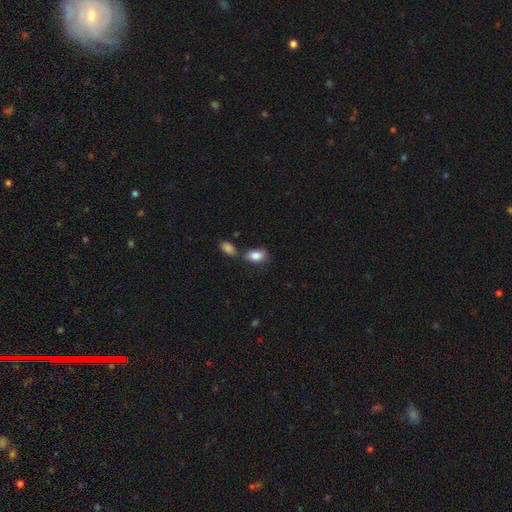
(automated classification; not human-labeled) Smooth or featured? Predicted: smooth (p=0.86). How rounded? Predicted: in between (p=0.89). Merging? Predicted: none (p=0.59).